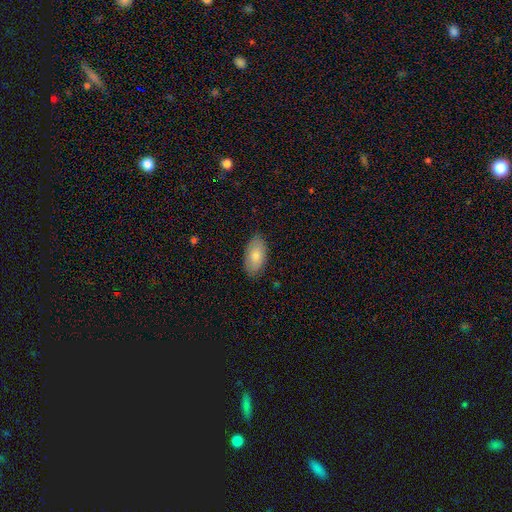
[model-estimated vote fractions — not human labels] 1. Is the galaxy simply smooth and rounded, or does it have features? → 80% smooth, 14% featured or disk, 6% star or artifact.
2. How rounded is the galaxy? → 94% in between, 3% round, 3% cigar-shaped.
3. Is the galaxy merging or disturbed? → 84% none, 12% minor disturbance, 2% major disturbance, 1% merger.